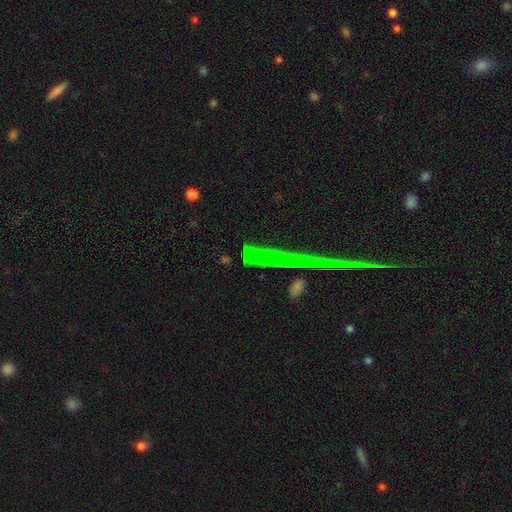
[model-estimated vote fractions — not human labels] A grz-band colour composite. It shows a star or artifact, not a galaxy (53%).